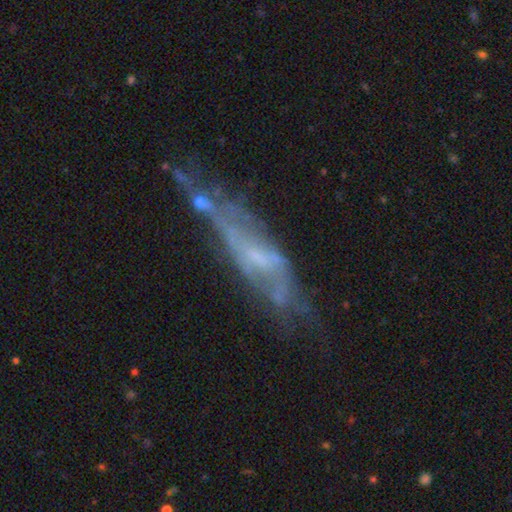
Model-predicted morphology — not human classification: featured or disk 66%, smooth 21%, star or artifact 13%. Down the decision tree: edge-on disk — no (55%); merging — none (45%).